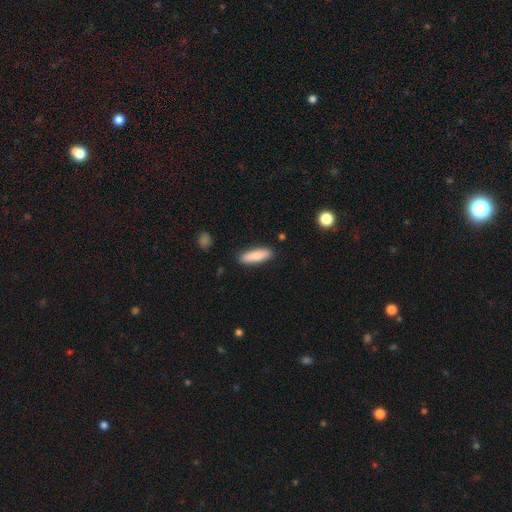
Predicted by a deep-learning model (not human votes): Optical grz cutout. It shows a smooth galaxy with no disk features (84%) that is cigar-shaped (52%). Merging: none (88%).